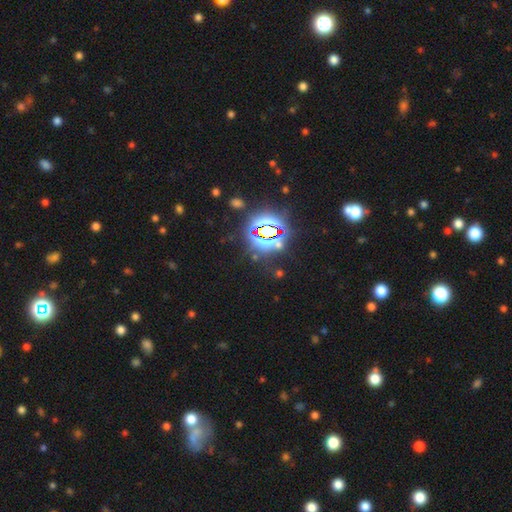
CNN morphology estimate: Q: Smooth or featured?
A: star or artifact (81%); runner-up: smooth (11%)